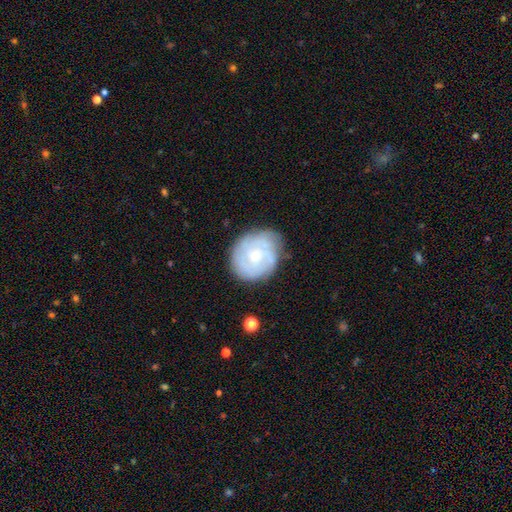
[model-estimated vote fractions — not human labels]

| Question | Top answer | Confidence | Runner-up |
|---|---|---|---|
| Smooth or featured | featured or disk | 65% | smooth (29%) |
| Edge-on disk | no | 98% | yes (2%) |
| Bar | no | 76% | weak (22%) |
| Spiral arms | yes | 81% | no (19%) |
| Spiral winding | tight | 64% | medium (27%) |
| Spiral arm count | can't tell | 48% | 2 (18%) |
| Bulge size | small | 59% | moderate (36%) |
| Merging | none | 71% | minor disturbance (21%) |